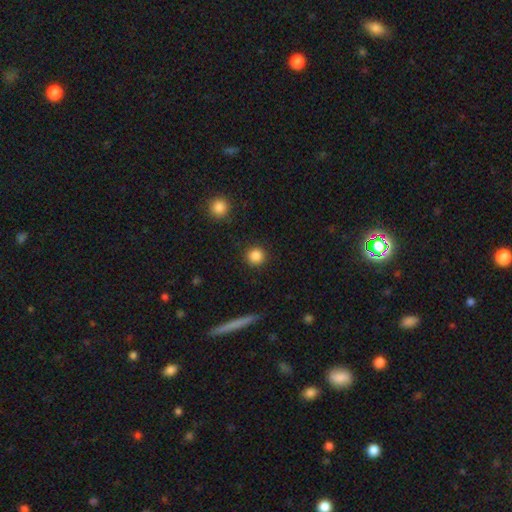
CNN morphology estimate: A smooth galaxy with no disk features (86%) that is round (94%). Merging: none (91%).